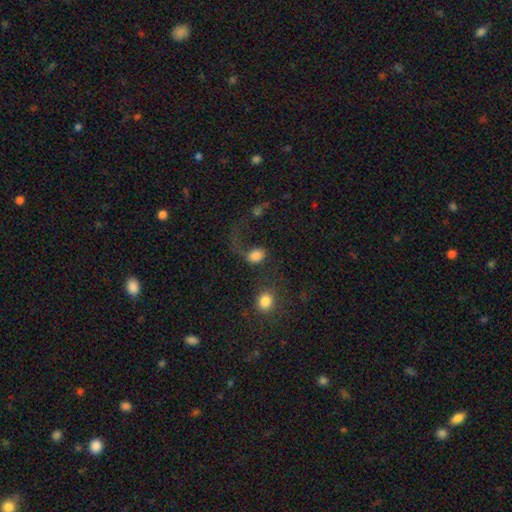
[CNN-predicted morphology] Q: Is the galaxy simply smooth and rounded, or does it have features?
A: smooth — 70%.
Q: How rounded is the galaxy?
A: in between — 56%.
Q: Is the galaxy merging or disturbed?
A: major disturbance — 42%.